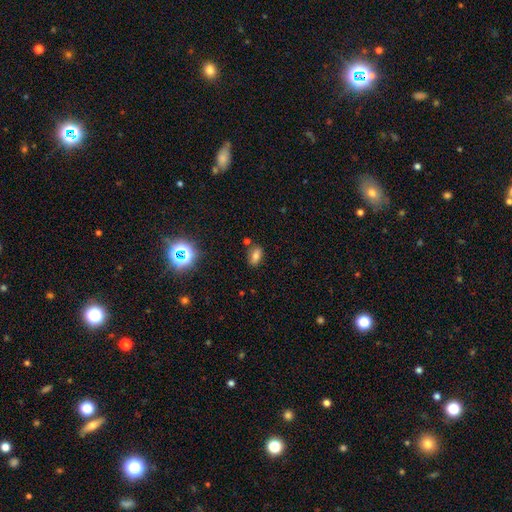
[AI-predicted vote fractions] A smooth galaxy with no disk features (72%) that is in between round and cigar-shaped (86%).

Vote fractions:
- Smooth or featured? smooth: 72% / star or artifact: 17% / featured or disk: 11%
- How rounded? in between: 86% / round: 8% / cigar-shaped: 6%
- Merging? none: 77% / minor disturbance: 13% / merger: 7% / major disturbance: 3%